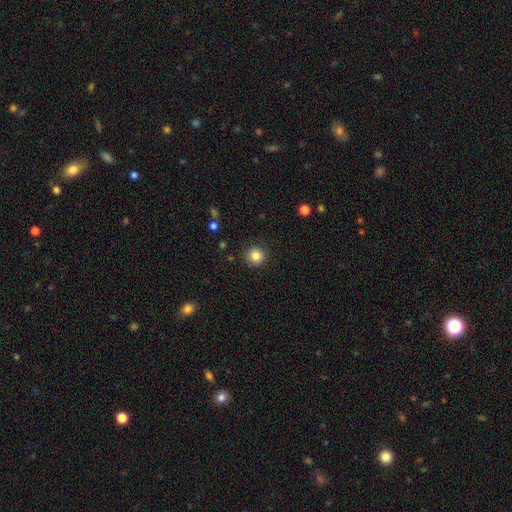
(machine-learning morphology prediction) smooth_or_featured: smooth (p=0.84) [alt: star or artifact p=0.11]
how_rounded: round (p=0.94) [alt: in between p=0.05]
merging: none (p=0.91) [alt: minor disturbance p=0.06]